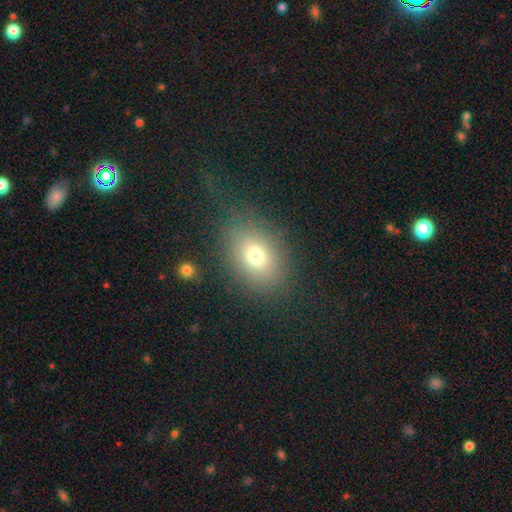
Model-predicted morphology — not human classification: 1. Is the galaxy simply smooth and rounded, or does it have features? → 72% smooth, 14% featured or disk, 13% star or artifact.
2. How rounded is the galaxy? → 67% in between, 32% round, 1% cigar-shaped.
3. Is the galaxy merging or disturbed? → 76% none, 13% minor disturbance, 9% major disturbance, 2% merger.